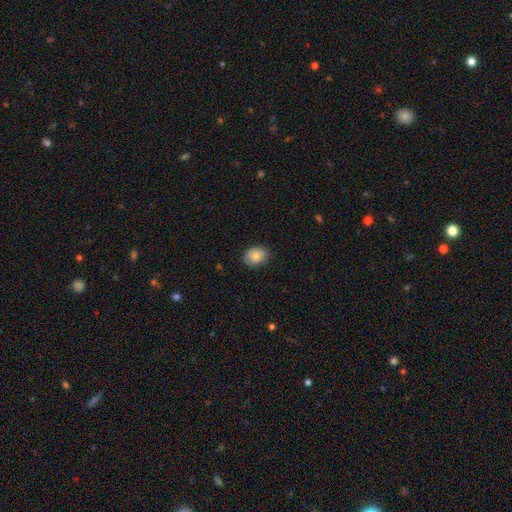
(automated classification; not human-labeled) A smooth galaxy with no disk features (77%) that is in between round and cigar-shaped (57%).

Vote fractions:
- Smooth or featured? smooth: 77% / featured or disk: 15% / star or artifact: 8%
- How rounded? in between: 57% / round: 42% / cigar-shaped: 1%
- Merging? none: 83% / minor disturbance: 14% / major disturbance: 3% / merger: 1%